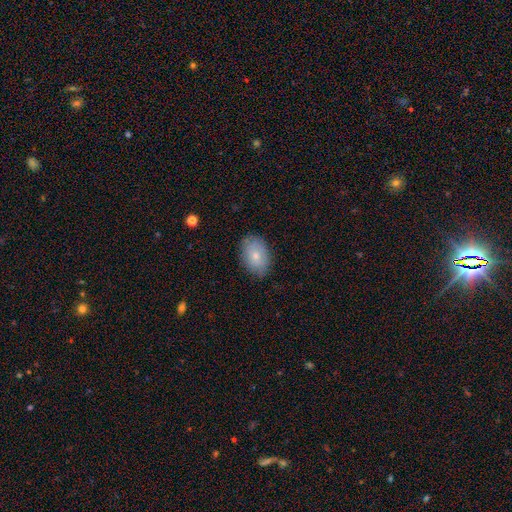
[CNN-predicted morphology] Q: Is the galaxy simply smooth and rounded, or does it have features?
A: smooth — 75%.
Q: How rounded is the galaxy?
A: in between — 86%.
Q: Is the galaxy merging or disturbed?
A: none — 81%.